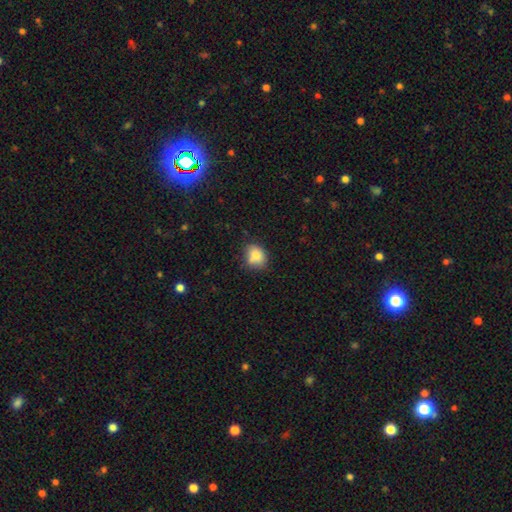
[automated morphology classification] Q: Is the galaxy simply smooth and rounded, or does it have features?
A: smooth — 83%.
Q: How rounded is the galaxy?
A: in between — 51%.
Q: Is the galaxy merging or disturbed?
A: none — 61%.